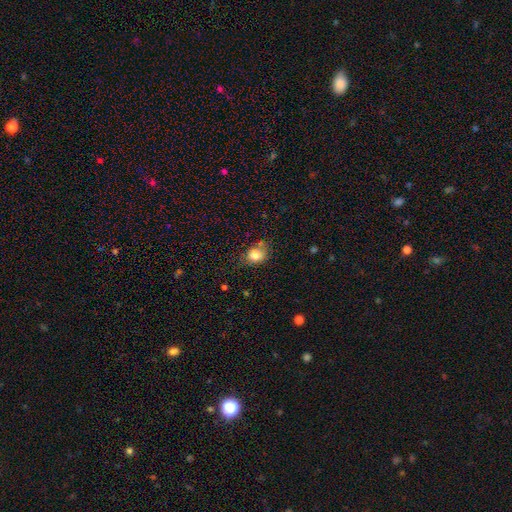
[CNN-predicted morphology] A smooth galaxy with no disk features (80%) that is round (57%). Merging: none (59%).